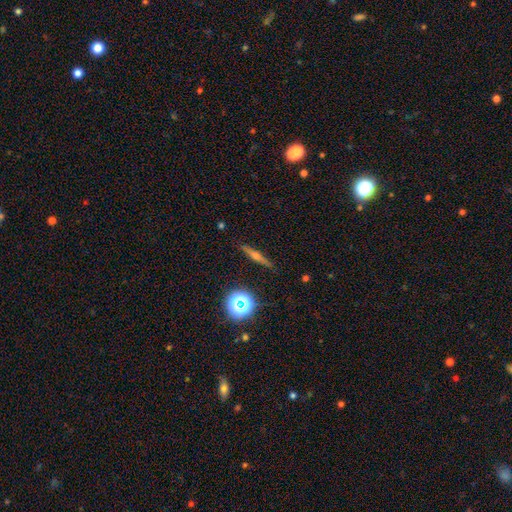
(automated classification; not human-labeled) Smooth or featured? Predicted: featured or disk (p=0.58). Edge-on disk? Predicted: yes (p=0.96). Edge-on bulge? Predicted: rounded (p=0.83). Merging? Predicted: none (p=0.90).